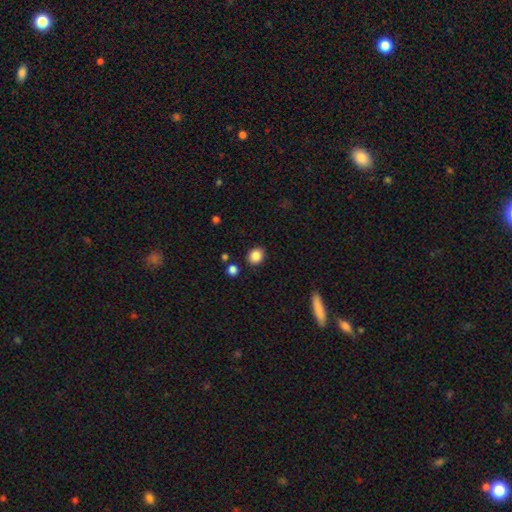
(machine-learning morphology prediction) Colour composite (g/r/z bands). It shows a smooth galaxy with no disk features (86%) that is round (68%). Merging: none (88%).